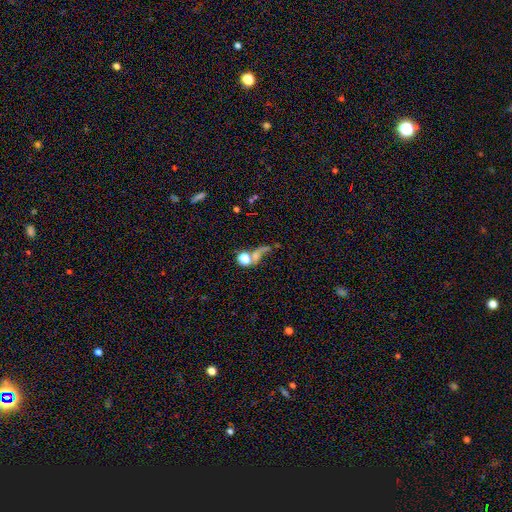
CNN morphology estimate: smooth 50%, star or artifact 26%, featured or disk 24%. Down the decision tree: merging — none (32%, tied with merger).